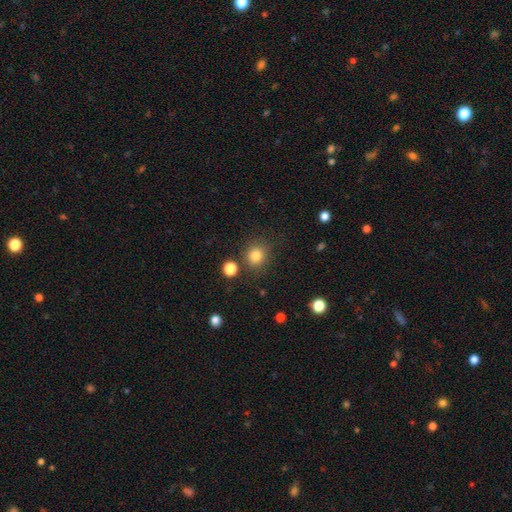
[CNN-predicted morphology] Smooth or featured? Predicted: smooth (p=0.83). How rounded? Predicted: round (p=0.85). Merging? Predicted: none (p=0.81).